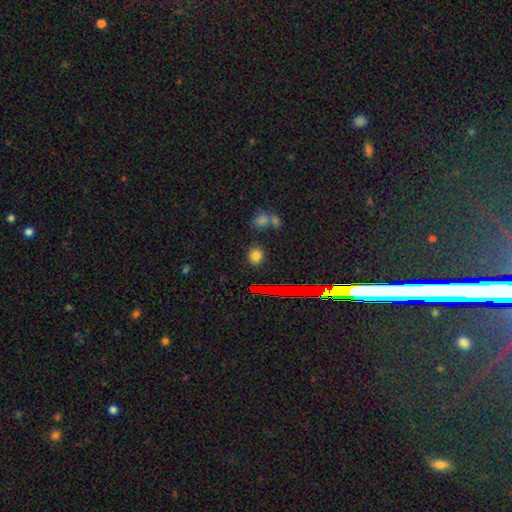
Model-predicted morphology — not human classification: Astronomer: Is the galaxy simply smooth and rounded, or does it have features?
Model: smooth — 75%.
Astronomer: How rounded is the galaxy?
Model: round — 75%.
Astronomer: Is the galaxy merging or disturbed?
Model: none — 83%.